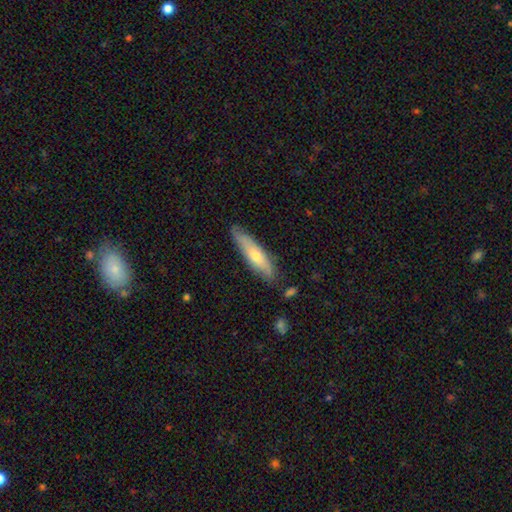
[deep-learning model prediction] A smooth galaxy with no disk features (58%) that is cigar-shaped (74%). Merging: none (78%).